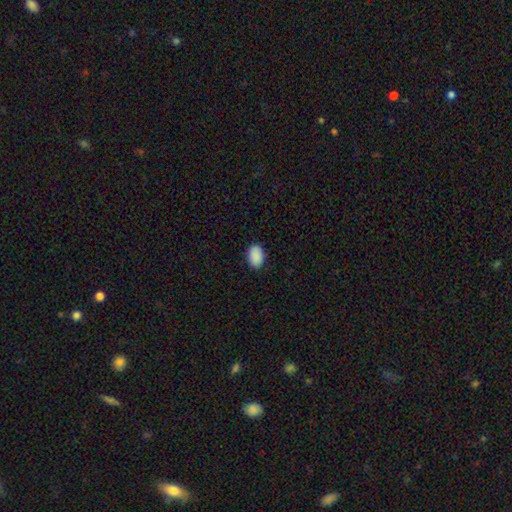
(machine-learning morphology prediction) This is clearly a smooth galaxy (90%). How rounded: clearly in between (88%). Merging: clearly none (87%).